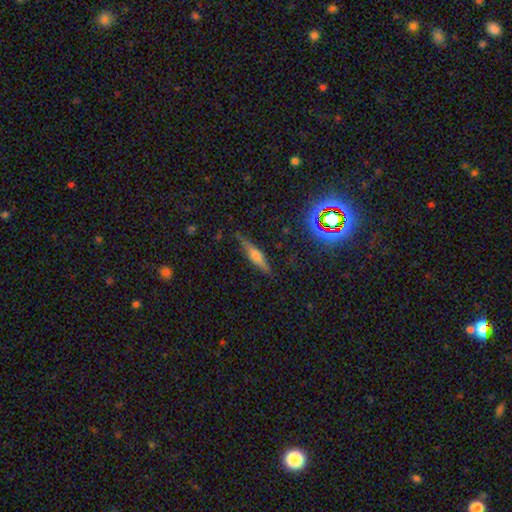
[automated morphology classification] This is possibly a featured or disk galaxy (53%). It is clearly viewed edge-on (93%). Merging: clearly none (82%).